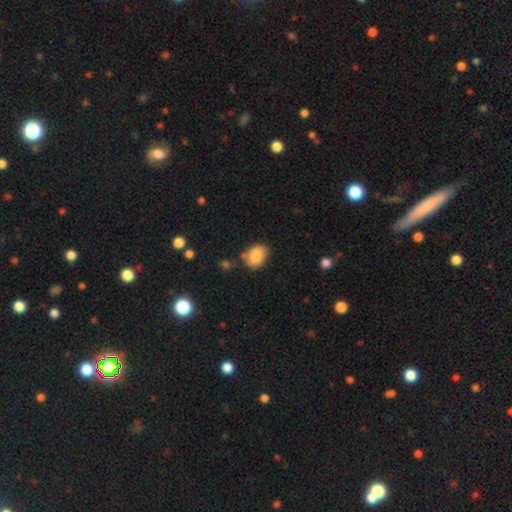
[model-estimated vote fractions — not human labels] A smooth galaxy with no disk features (86%) that is in between round and cigar-shaped (72%). Merging: none (70%).